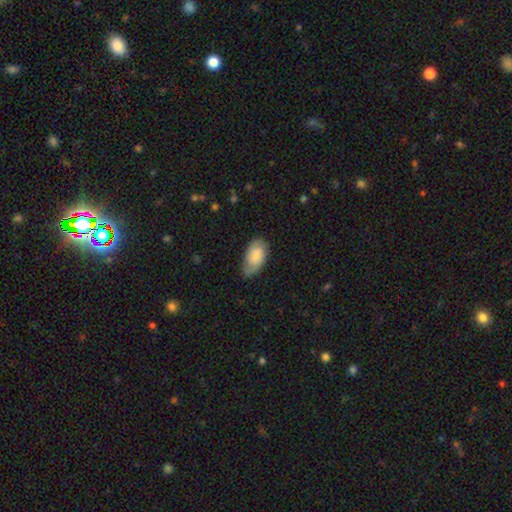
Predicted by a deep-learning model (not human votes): smooth-or-featured: smooth: 72% | featured or disk: 22% | star or artifact: 6%
  how-rounded: in between: 94% | round: 4% | cigar-shaped: 2%
  merging: none: 64% | minor disturbance: 28% | major disturbance: 7% | merger: 1%